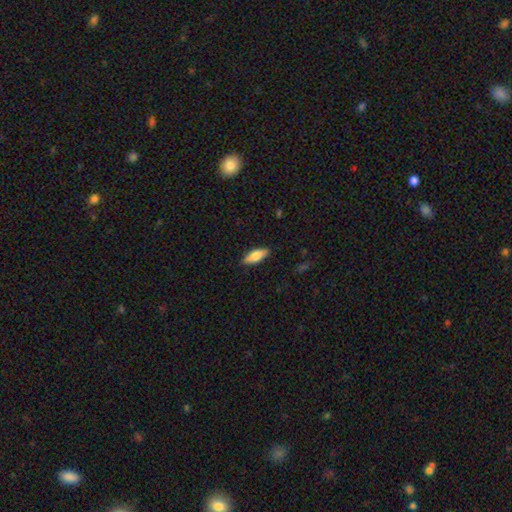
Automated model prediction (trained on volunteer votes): Smooth or featured: smooth — 72% (featured or disk — 22%)
How rounded: in between — 64% (cigar-shaped — 34%)
Merging: none — 87% (minor disturbance — 10%)